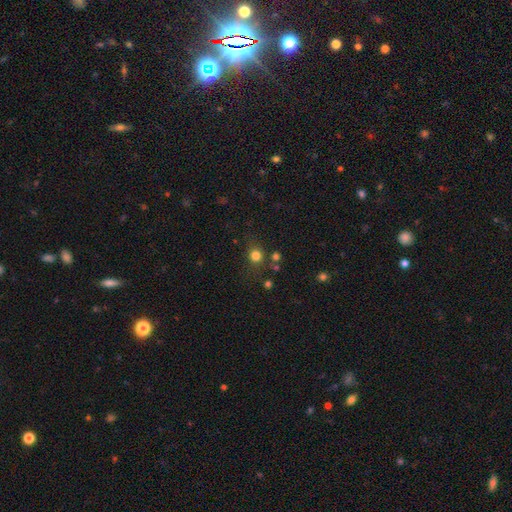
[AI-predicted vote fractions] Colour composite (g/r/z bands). It shows a smooth galaxy with no disk features (77%) that is round (85%). Merging: none (76%).